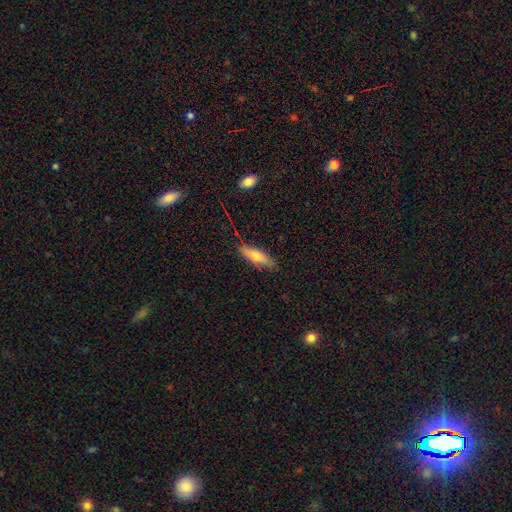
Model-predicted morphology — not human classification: This appears to be a smooth galaxy with no disk features (62%) that is cigar-shaped (56%). Merging: none (82%).